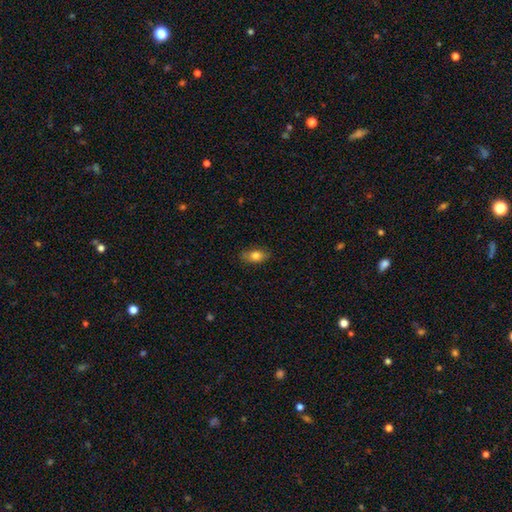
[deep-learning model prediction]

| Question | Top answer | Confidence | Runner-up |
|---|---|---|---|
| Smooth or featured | smooth | 79% | featured or disk (12%) |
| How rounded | in between | 85% | round (9%) |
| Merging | none | 84% | minor disturbance (13%) |